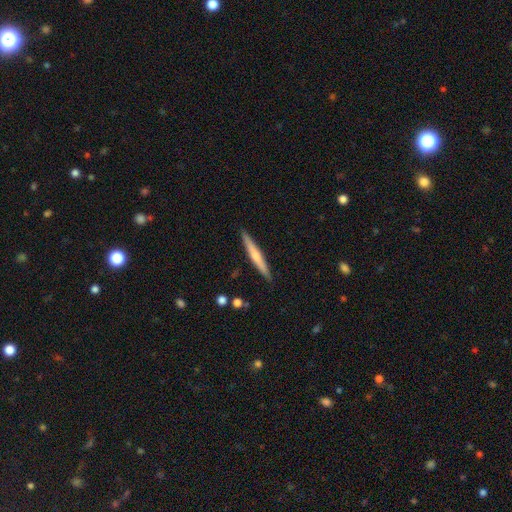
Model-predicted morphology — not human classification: Q: Smooth or featured?
A: smooth (48%); runner-up: featured or disk (47%)
Q: Merging?
A: none (90%); runner-up: minor disturbance (7%)